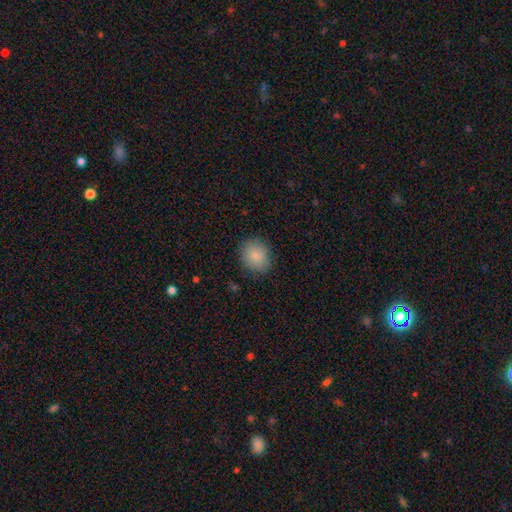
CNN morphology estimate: smooth-or-featured: smooth: 86% | star or artifact: 8% | featured or disk: 6%
  how-rounded: round: 67% | in between: 32% | cigar-shaped: 1%
  merging: none: 87% | minor disturbance: 10% | major disturbance: 3% | merger: 1%